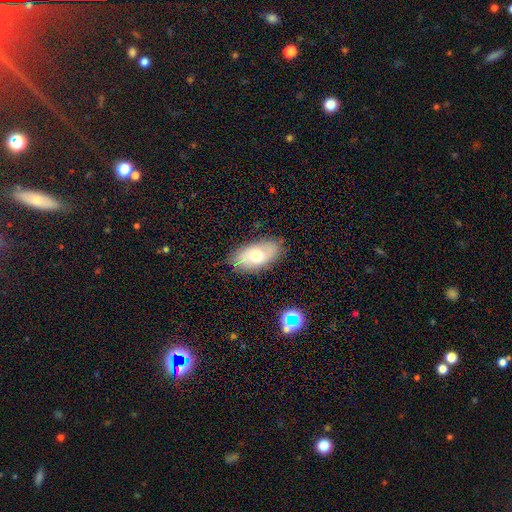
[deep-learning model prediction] Smooth or featured: smooth — 58% (featured or disk — 33%)
How rounded: in between — 91% (cigar-shaped — 4%)
Merging: none — 79% (minor disturbance — 16%)